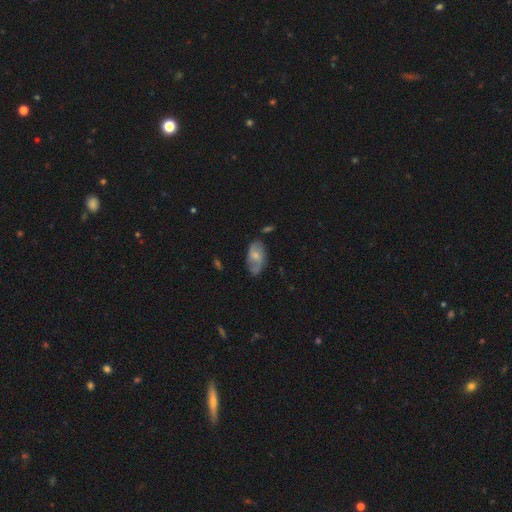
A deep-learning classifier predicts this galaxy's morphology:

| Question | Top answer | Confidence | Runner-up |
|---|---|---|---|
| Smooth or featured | smooth | 49% | featured or disk (44%) |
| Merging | none | 62% | minor disturbance (26%) |